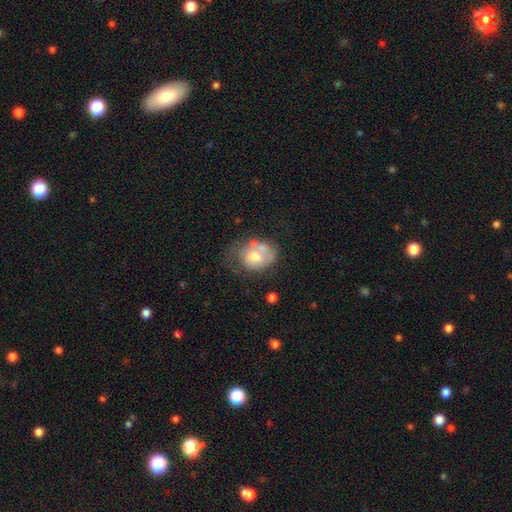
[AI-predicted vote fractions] Overall: smooth (55%; featured or disk 37%). How rounded: in between (56%; round 44%). Merging: none (32%; minor disturbance 27%).